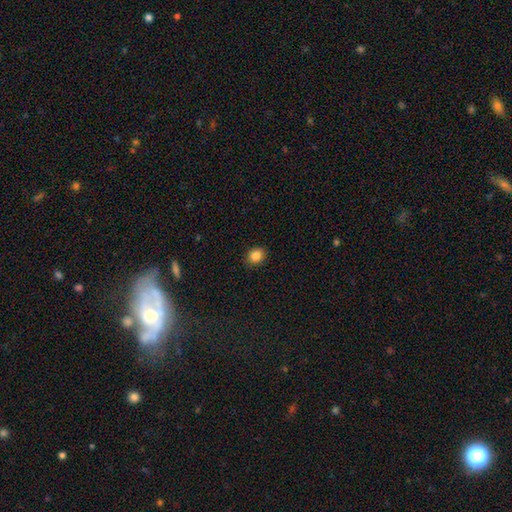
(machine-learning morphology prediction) Smooth or featured? Predicted: smooth (p=0.86). How rounded? Predicted: round (p=0.57). Merging? Predicted: none (p=0.88).